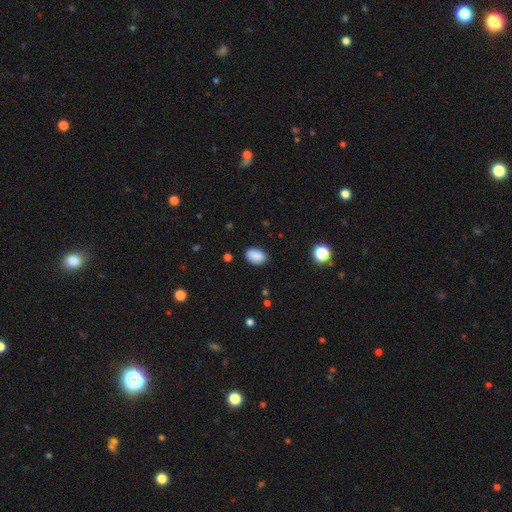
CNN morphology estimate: Smooth or featured: smooth — 87% (star or artifact — 8%)
How rounded: in between — 86% (round — 13%)
Merging: none — 82% (minor disturbance — 14%)